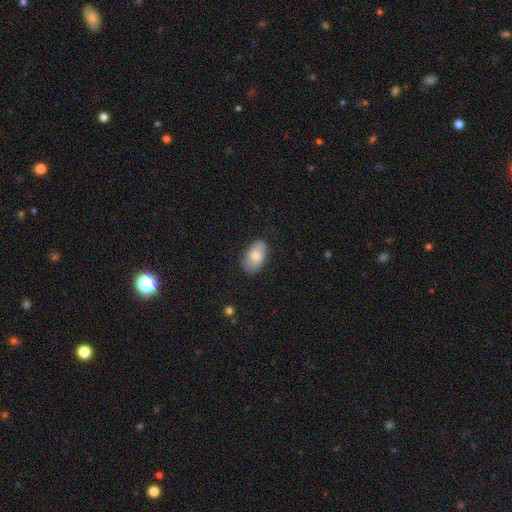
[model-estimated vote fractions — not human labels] Smooth or featured? smooth (77%)
How rounded? in between (93%)
Merging? none (80%)